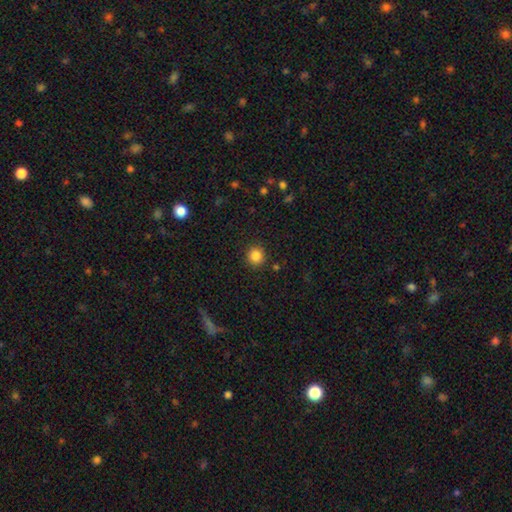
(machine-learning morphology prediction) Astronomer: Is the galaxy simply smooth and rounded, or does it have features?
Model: smooth — 85%.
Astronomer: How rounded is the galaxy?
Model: round — 93%.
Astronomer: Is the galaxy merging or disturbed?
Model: none — 90%.